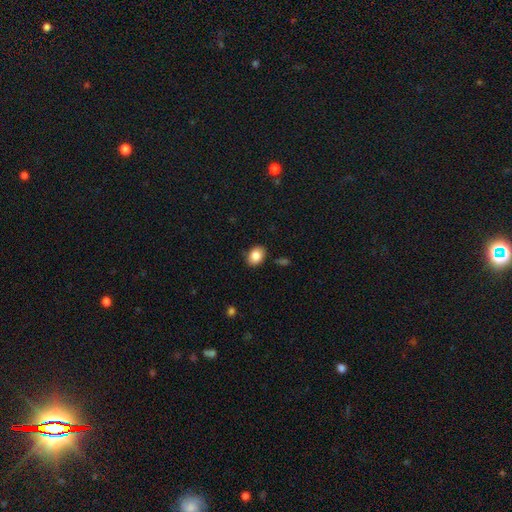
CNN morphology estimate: Smooth or featured?
  - smooth: 85% *
  - star or artifact: 8%
  - featured or disk: 7%
How rounded?
  - in between: 68% *
  - round: 31%
  - cigar-shaped: 1%
Merging?
  - none: 85% *
  - minor disturbance: 11%
  - major disturbance: 2%
  - merger: 2%